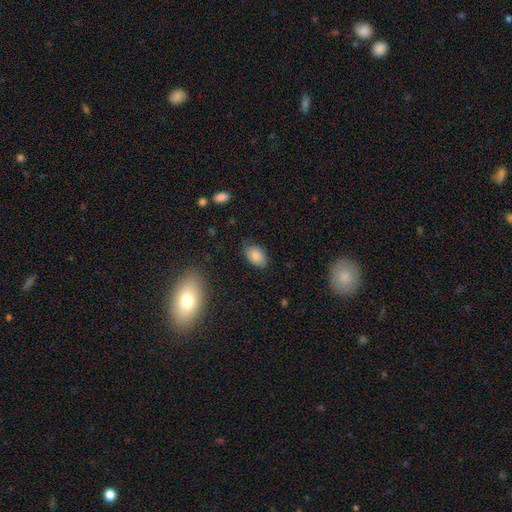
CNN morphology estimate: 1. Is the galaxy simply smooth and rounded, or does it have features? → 84% smooth, 8% star or artifact, 8% featured or disk.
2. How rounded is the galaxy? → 88% in between, 11% round, 1% cigar-shaped.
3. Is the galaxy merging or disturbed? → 76% none, 19% minor disturbance, 4% major disturbance, 1% merger.